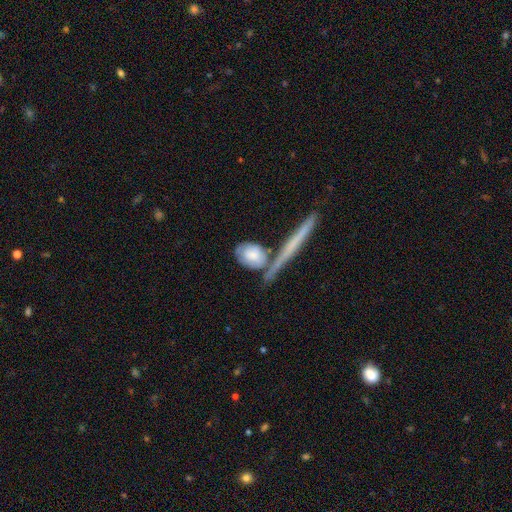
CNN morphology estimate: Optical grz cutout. It shows a smooth galaxy with no disk features (50%) that is cigar-shaped (36%). Merging: none (56%).